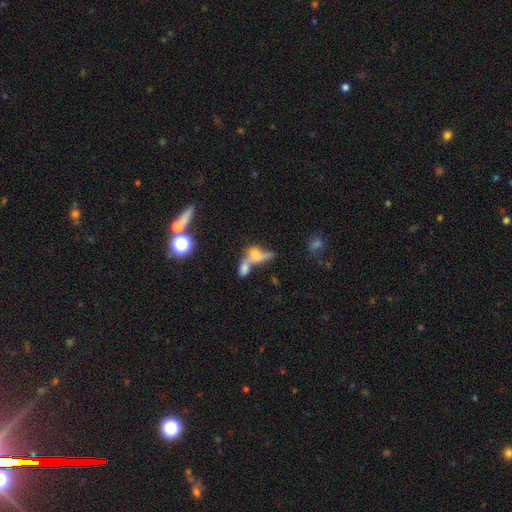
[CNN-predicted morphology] Smooth or featured?
  - smooth: 54% *
  - featured or disk: 31%
  - star or artifact: 14%
How rounded?
  - in between: 71% *
  - cigar-shaped: 18%
  - round: 11%
Merging?
  - merger: 67% *
  - none: 14%
  - major disturbance: 11%
  - minor disturbance: 7%